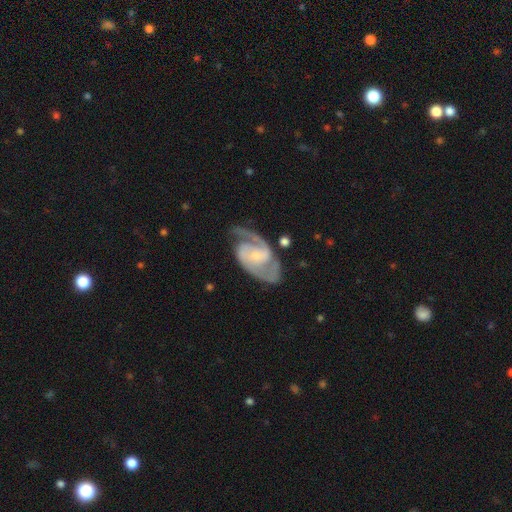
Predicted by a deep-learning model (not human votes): smooth_or_featured: featured or disk (p=0.91) [alt: smooth p=0.05]
disk_edge_on: no (p=0.97) [alt: yes p=0.03]
bar: weak (p=0.42) [alt: no p=0.41]
has_spiral_arms: yes (p=0.97) [alt: no p=0.03]
spiral_winding: medium (p=0.55) [alt: tight p=0.32]
spiral_arm_count: 2 (p=0.90) [alt: can't tell p=0.03]
bulge_size: small (p=0.62) [alt: moderate p=0.29]
merging: none (p=0.72) [alt: minor disturbance p=0.18]